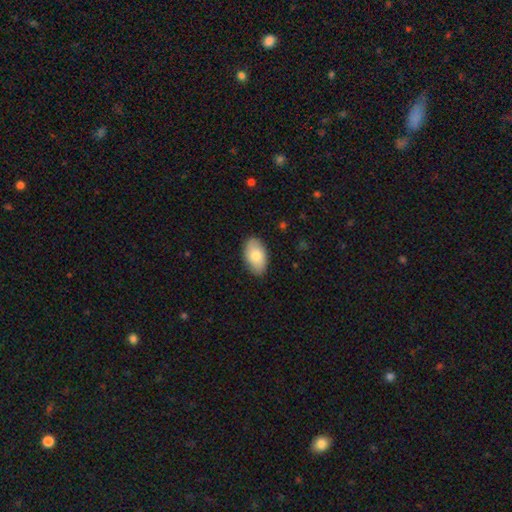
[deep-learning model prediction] smooth_or_featured: smooth (p=0.77) [alt: featured or disk p=0.17]
how_rounded: in between (p=0.94) [alt: round p=0.05]
merging: none (p=0.85) [alt: minor disturbance p=0.12]